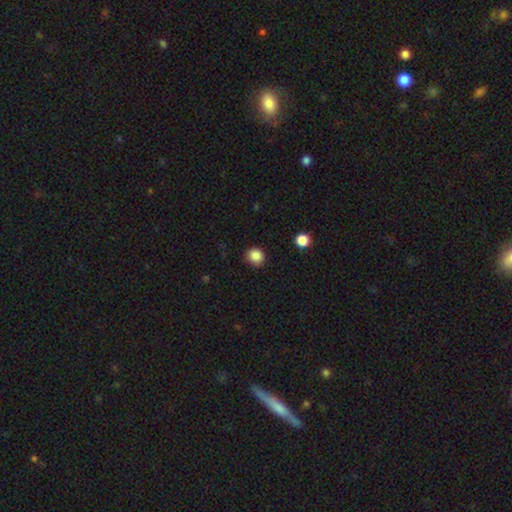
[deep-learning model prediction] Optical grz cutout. It shows a smooth galaxy with no disk features (87%) that is round (84%). Merging: none (87%).